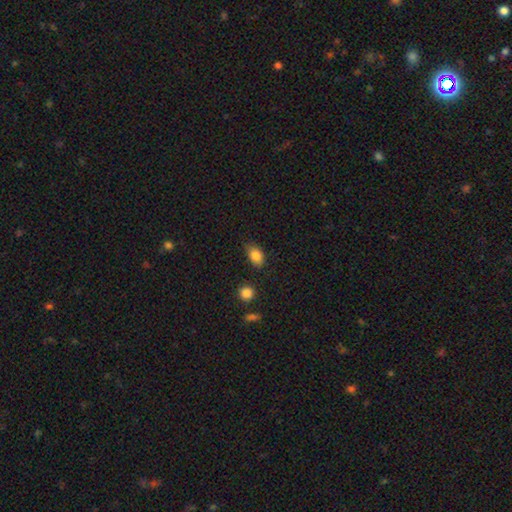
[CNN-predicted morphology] smooth-or-featured: smooth: 83% | star or artifact: 9% | featured or disk: 8%
  how-rounded: in between: 79% | round: 18% | cigar-shaped: 2%
  merging: none: 70% | minor disturbance: 23% | major disturbance: 4% | merger: 2%